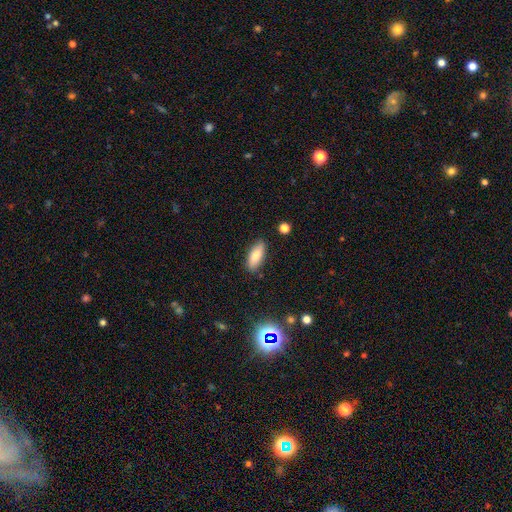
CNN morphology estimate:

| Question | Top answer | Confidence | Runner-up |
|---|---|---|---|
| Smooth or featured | smooth | 78% | featured or disk (15%) |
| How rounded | in between | 76% | cigar-shaped (22%) |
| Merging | none | 84% | minor disturbance (11%) |